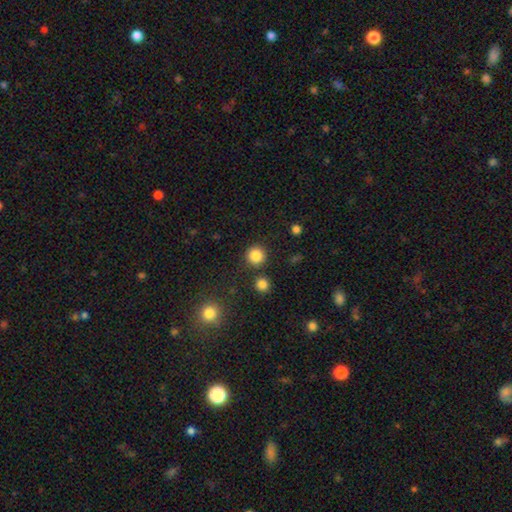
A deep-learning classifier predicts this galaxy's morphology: Smooth or featured?
  - smooth: 84% *
  - star or artifact: 12%
  - featured or disk: 4%
How rounded?
  - round: 94% *
  - in between: 5%
  - cigar-shaped: 1%
Merging?
  - none: 87% *
  - minor disturbance: 6%
  - merger: 5%
  - major disturbance: 3%